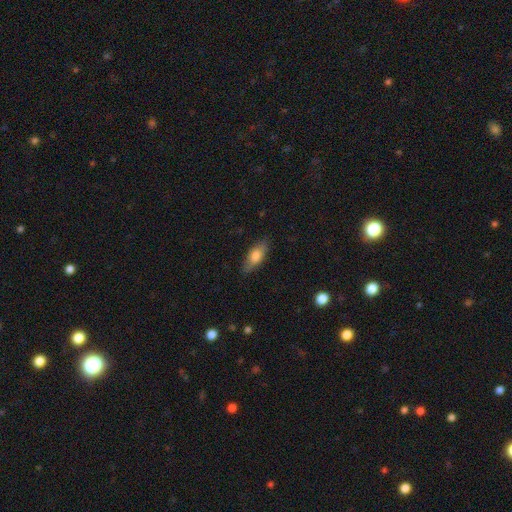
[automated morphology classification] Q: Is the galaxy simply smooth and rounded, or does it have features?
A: smooth — 71%.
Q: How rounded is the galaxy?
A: in between — 75%.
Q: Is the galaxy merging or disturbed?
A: none — 82%.